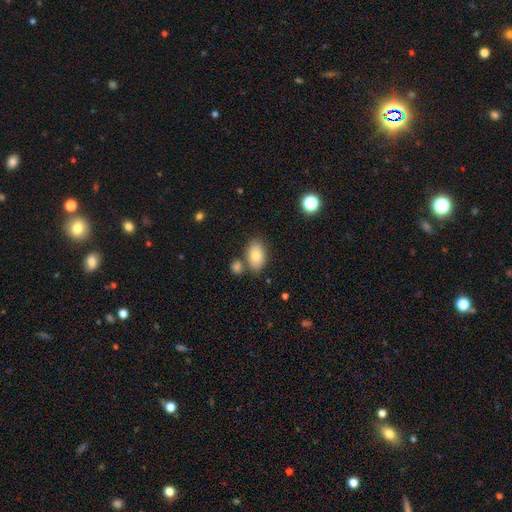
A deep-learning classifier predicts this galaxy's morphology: smooth-or-featured: smooth: 80% | featured or disk: 12% | star or artifact: 8%
  how-rounded: in between: 91% | round: 8% | cigar-shaped: 1%
  merging: none: 69% | merger: 15% | minor disturbance: 13% | major disturbance: 3%